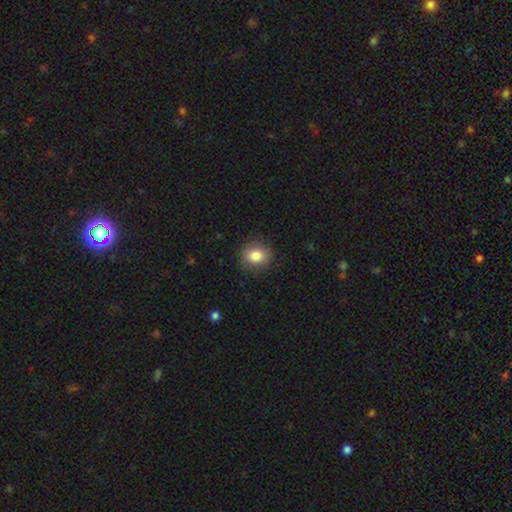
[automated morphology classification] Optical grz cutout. It shows a smooth galaxy with no disk features (84%) that is round (69%). Merging: none (86%).